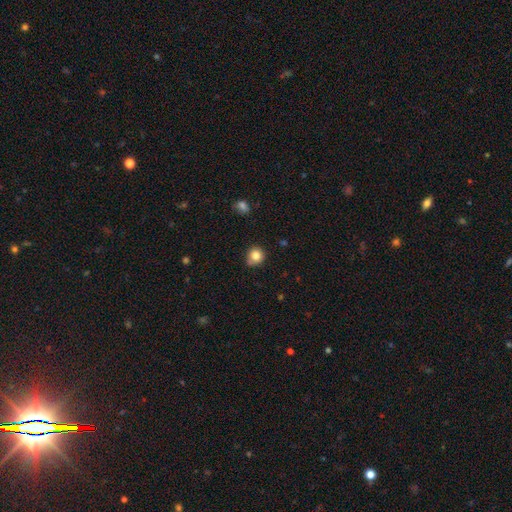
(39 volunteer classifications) smooth_or_featured: smooth (p=0.87) [alt: star or artifact p=0.08]
how_rounded: round (p=0.85) [alt: in between p=0.12]
merging: none (p=0.69) [alt: minor disturbance p=0.25]